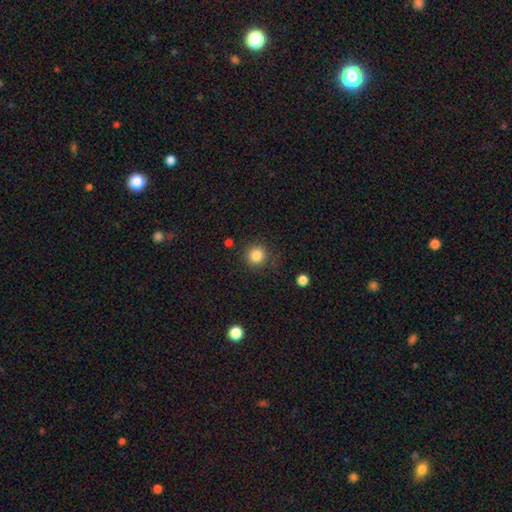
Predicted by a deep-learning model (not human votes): Smooth or featured?
  - smooth: 84% *
  - star or artifact: 11%
  - featured or disk: 5%
How rounded?
  - round: 93% *
  - in between: 6%
  - cigar-shaped: 1%
Merging?
  - none: 85% *
  - minor disturbance: 9%
  - major disturbance: 3%
  - merger: 2%